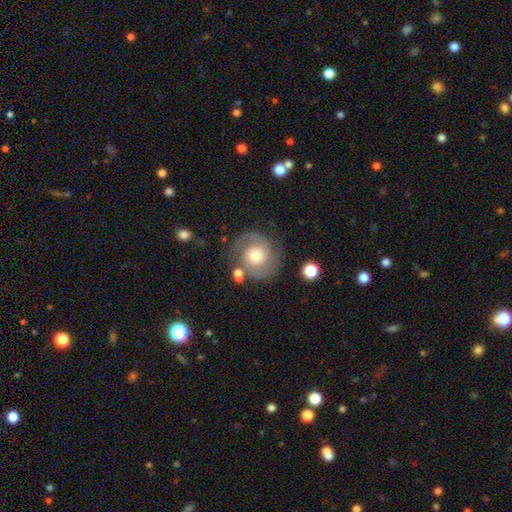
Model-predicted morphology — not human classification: Overall: featured or disk (79%). Edge-on disk: no (98%). Bar: no (71%). Spiral arms: yes (95%). Spiral arm count: 2 (88%). Spiral winding: medium (46%; tight 42%). Bulge size: moderate (59%; small 21%). Merging: none (75%).